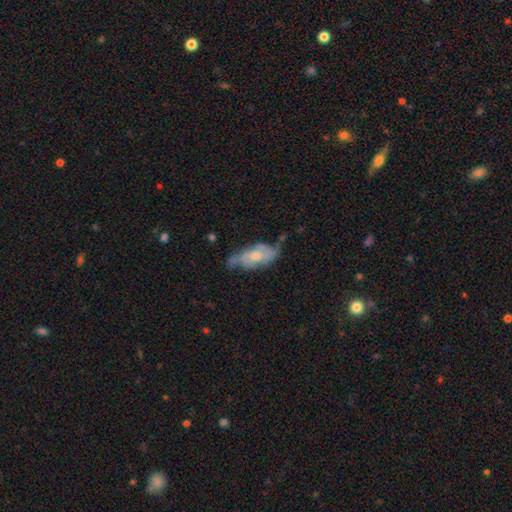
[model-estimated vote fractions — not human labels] smooth_or_featured: featured or disk (p=0.59) [alt: smooth p=0.34]
disk_edge_on: no (p=0.87) [alt: yes p=0.13]
bar: no (p=0.71) [alt: weak p=0.24]
has_spiral_arms: yes (p=0.73) [alt: no p=0.27]
bulge_size: moderate (p=0.53) [alt: small p=0.38]
merging: none (p=0.50) [alt: minor disturbance p=0.33]